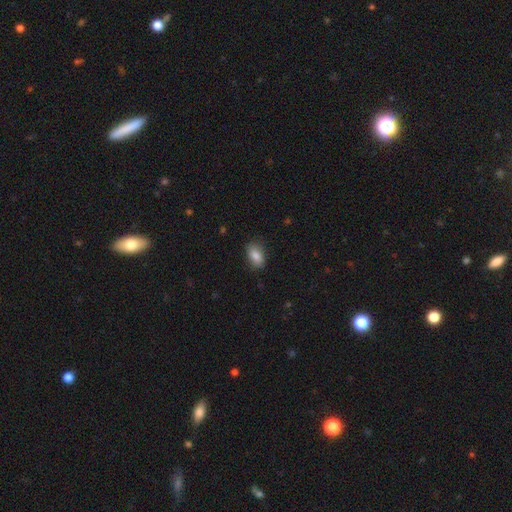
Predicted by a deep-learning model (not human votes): Morphology: type=smooth (85%); roundness=in between (89%); merging=none (79%).